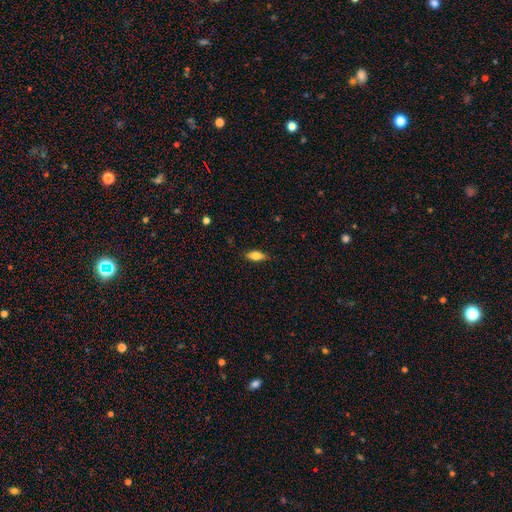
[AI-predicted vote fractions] smooth_or_featured: smooth (p=0.77) [alt: featured or disk p=0.16]
how_rounded: in between (p=0.78) [alt: cigar-shaped p=0.19]
merging: none (p=0.85) [alt: minor disturbance p=0.12]